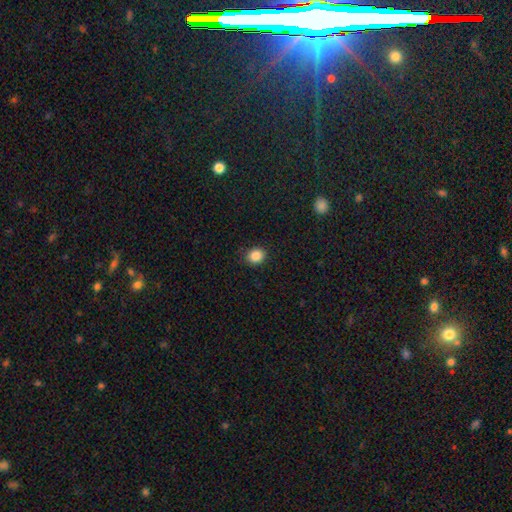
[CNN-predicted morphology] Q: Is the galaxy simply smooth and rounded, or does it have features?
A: smooth — 86%.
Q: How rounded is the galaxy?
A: round — 72%.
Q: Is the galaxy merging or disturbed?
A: none — 90%.